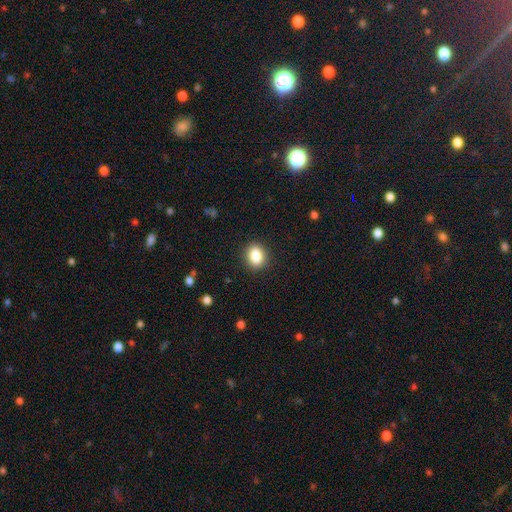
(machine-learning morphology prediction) A smooth galaxy with no disk features (85%) that is round (50%).

Vote fractions:
- Smooth or featured? smooth: 85% / star or artifact: 9% / featured or disk: 6%
- How rounded? round: 50% / in between: 49% / cigar-shaped: 1%
- Merging? none: 89% / minor disturbance: 7% / major disturbance: 2% / merger: 1%